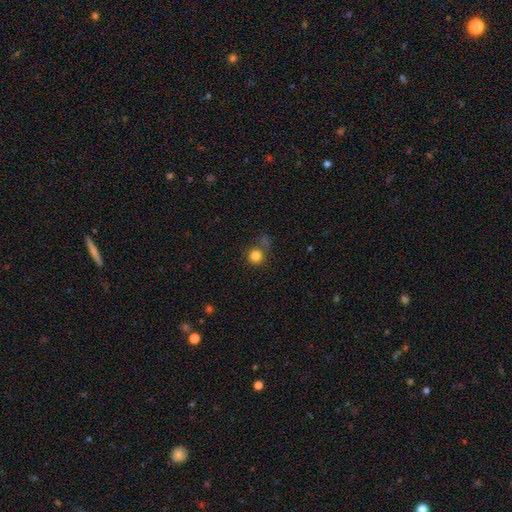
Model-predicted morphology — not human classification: smooth 83%, star or artifact 11%, featured or disk 5%. Down the decision tree: how rounded — round (93%); merging — none (68%).